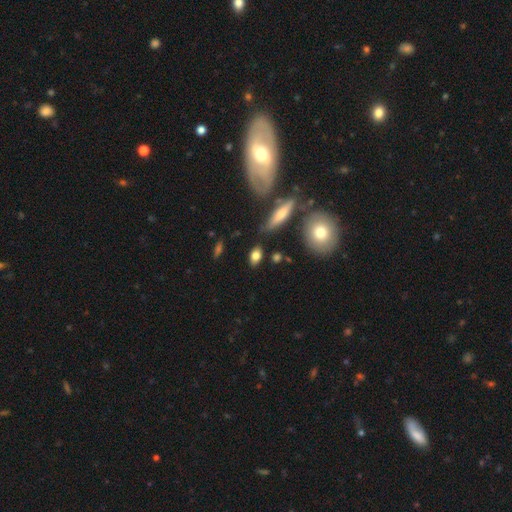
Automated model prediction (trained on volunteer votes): Overall: smooth (76%). How rounded: in between (79%). Merging: none (77%).